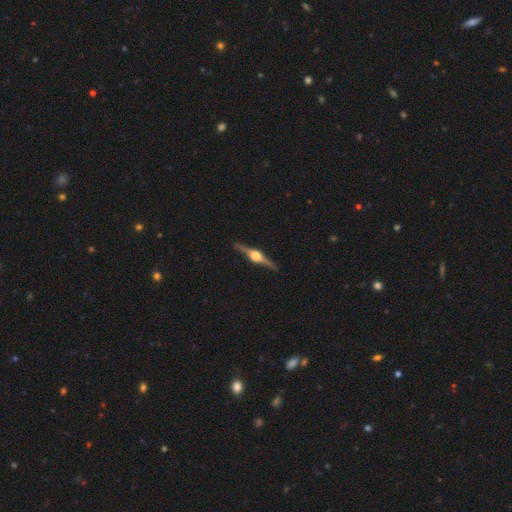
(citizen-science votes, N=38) Morphology: type=featured or disk (92%); edge-on=yes (100%); edge-on bulge=rounded (91%); merging=none (95%).